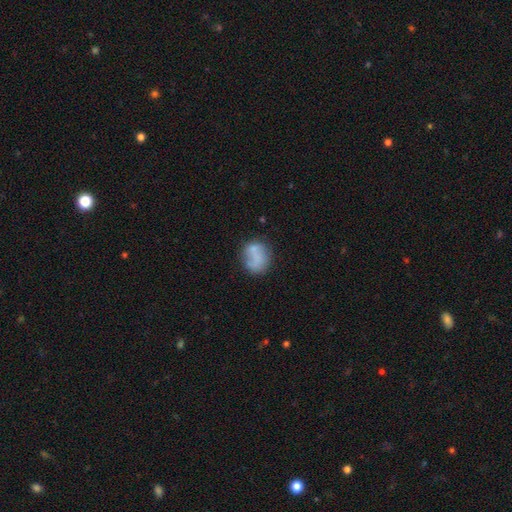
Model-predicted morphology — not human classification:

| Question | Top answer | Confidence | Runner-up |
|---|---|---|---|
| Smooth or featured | smooth | 68% | featured or disk (23%) |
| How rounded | round | 58% | in between (41%) |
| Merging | none | 50% | minor disturbance (24%) |